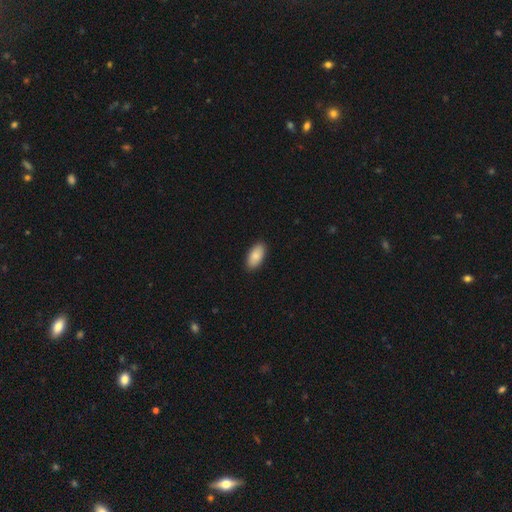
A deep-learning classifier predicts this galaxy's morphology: Q: Smooth or featured?
A: smooth (89%); runner-up: star or artifact (6%)
Q: How rounded?
A: in between (93%); runner-up: cigar-shaped (5%)
Q: Merging?
A: none (90%); runner-up: minor disturbance (7%)